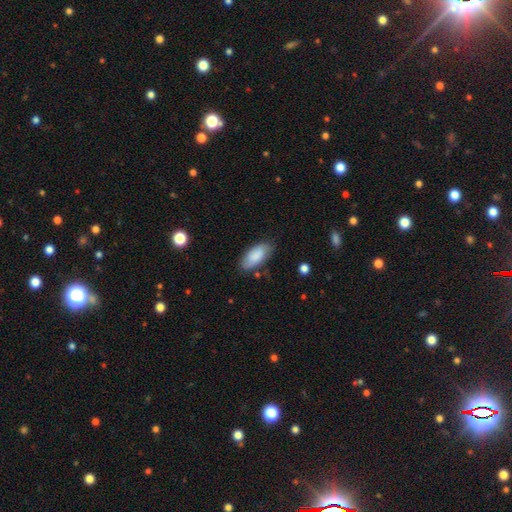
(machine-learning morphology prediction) A smooth galaxy with no disk features (84%) that is in between round and cigar-shaped (90%). Merging: none (76%).